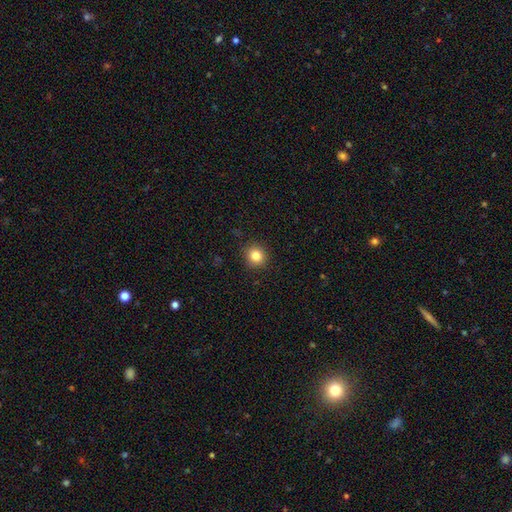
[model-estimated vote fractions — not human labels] smooth-or-featured: smooth: 83% | star or artifact: 11% | featured or disk: 5%
  how-rounded: round: 90% | in between: 9% | cigar-shaped: 1%
  merging: none: 90% | minor disturbance: 7% | major disturbance: 2% | merger: 1%